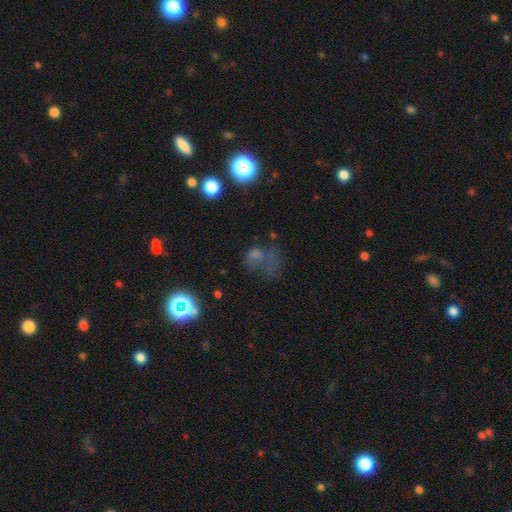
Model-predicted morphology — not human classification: smooth_or_featured: smooth (p=0.45) [alt: star or artifact p=0.33]
merging: none (p=0.39) [alt: major disturbance p=0.34]